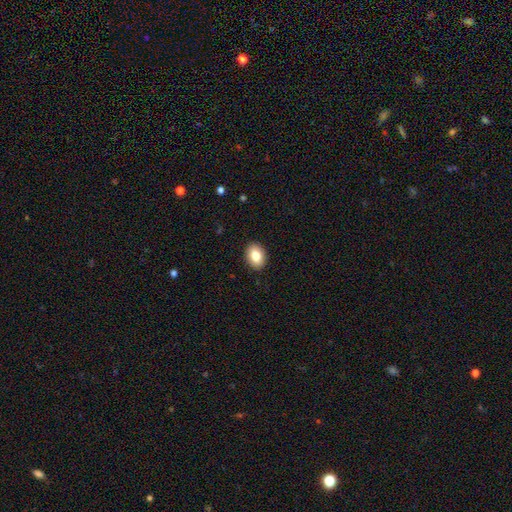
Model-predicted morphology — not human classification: smooth-or-featured: smooth: 82% | featured or disk: 9% | star or artifact: 8%
  how-rounded: in between: 70% | round: 29% | cigar-shaped: 1%
  merging: none: 91% | minor disturbance: 6% | major disturbance: 2% | merger: 1%